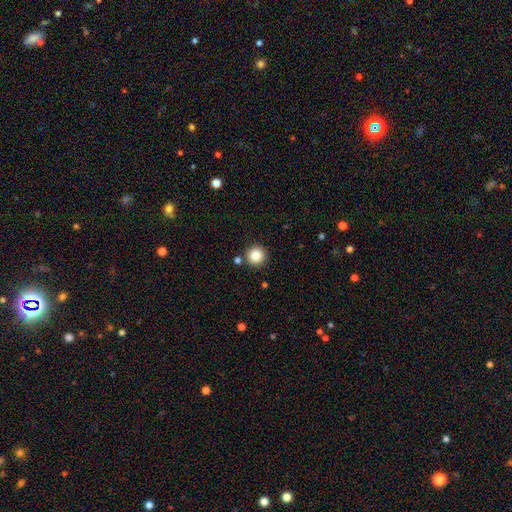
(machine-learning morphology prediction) Smooth or featured? Predicted: smooth (p=0.84). How rounded? Predicted: round (p=0.95). Merging? Predicted: none (p=0.88).